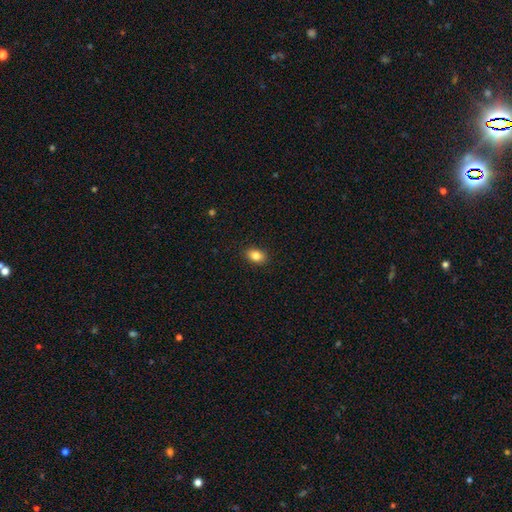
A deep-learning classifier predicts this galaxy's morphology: This is clearly a smooth galaxy (84%). How rounded: clearly in between (81%). Merging: clearly none (89%).